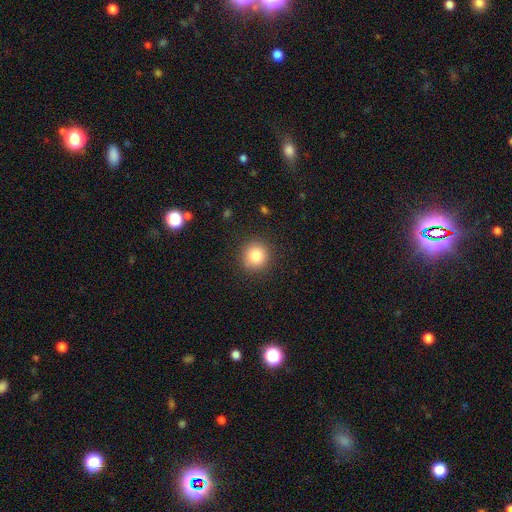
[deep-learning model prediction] The model was most divided on "smooth or featured": smooth: 82%, star or artifact: 11%, featured or disk: 7%. More confident: how rounded — round (92%); merging — none (89%).